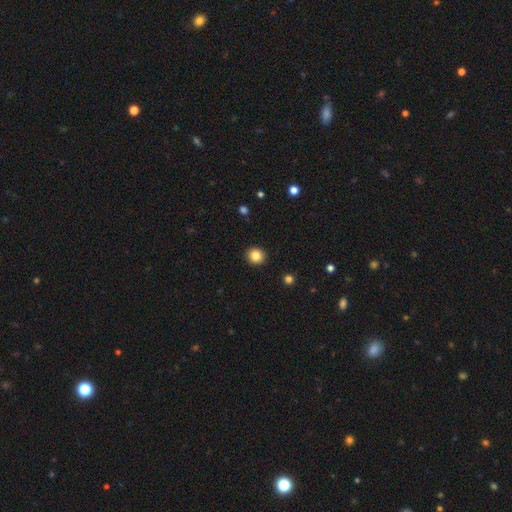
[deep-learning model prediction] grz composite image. It shows a smooth galaxy with no disk features (84%) that is round (89%). Merging: none (93%).